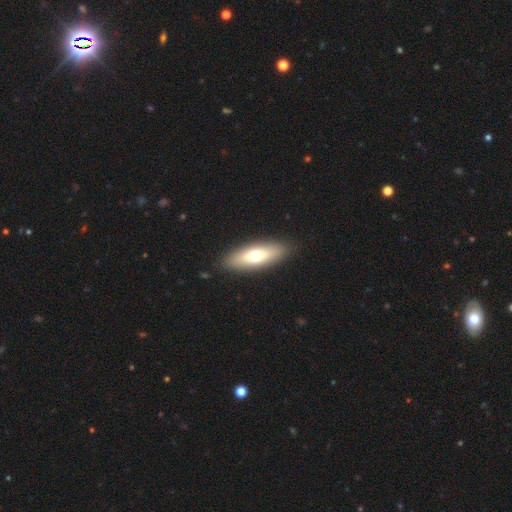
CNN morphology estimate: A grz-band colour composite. It shows a smooth galaxy with no disk features (64%) that is in between round and cigar-shaped (63%). Merging: none (89%).